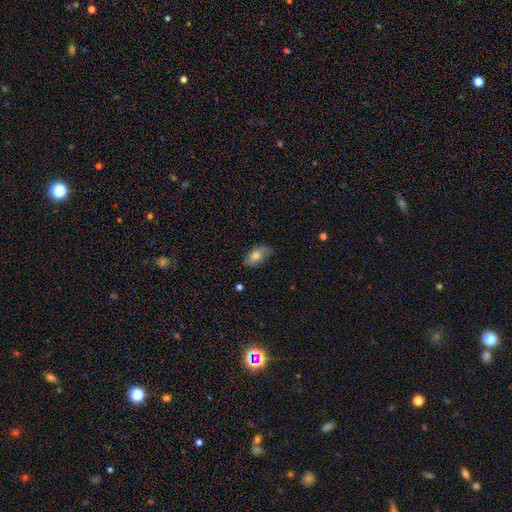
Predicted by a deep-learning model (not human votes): Smooth or featured? Predicted: smooth (p=0.68). How rounded? Predicted: in between (p=0.90). Merging? Predicted: none (p=0.61).